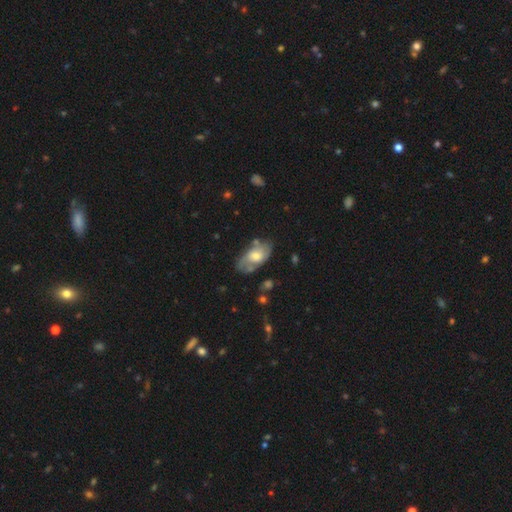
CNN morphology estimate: This appears to be a smooth galaxy with no disk features (47%, tied with featured or disk). Merging: none (56%).